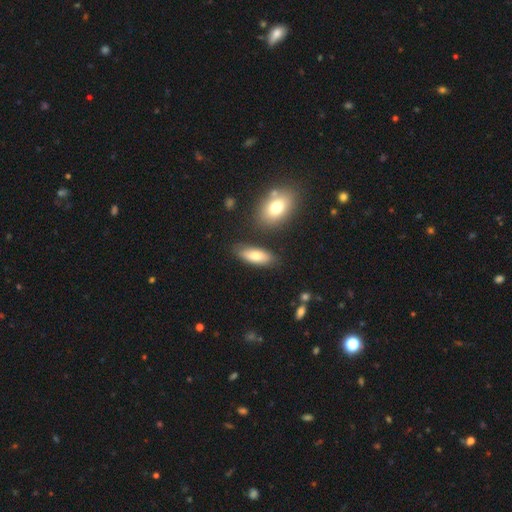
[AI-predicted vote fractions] Overall: smooth (74%). How rounded: in between (77%). Merging: none (80%).